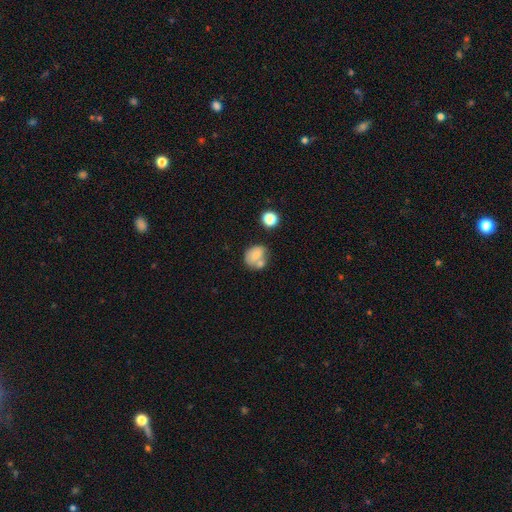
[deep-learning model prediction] Smooth or featured? smooth (72%)
How rounded? round (53%)
Merging? none (41%)